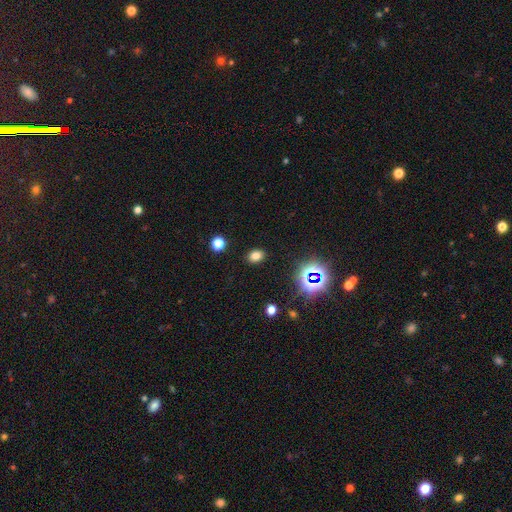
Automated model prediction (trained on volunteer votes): Smooth or featured?
  - smooth: 74% *
  - star or artifact: 19%
  - featured or disk: 6%
How rounded?
  - in between: 69% *
  - round: 30%
  - cigar-shaped: 1%
Merging?
  - none: 88% *
  - minor disturbance: 8%
  - major disturbance: 3%
  - merger: 1%